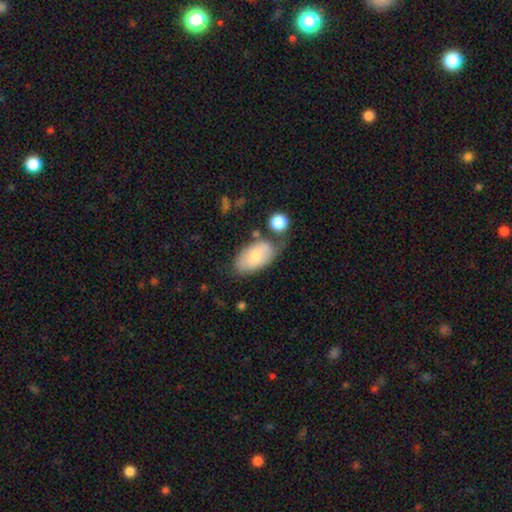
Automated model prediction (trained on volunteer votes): Smooth or featured? smooth (74%)
How rounded? in between (94%)
Merging? none (53%)